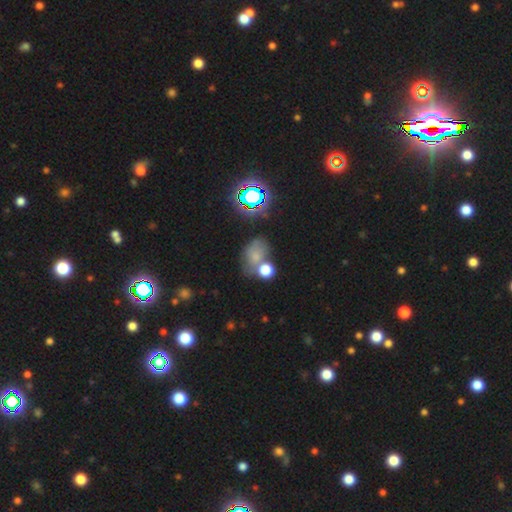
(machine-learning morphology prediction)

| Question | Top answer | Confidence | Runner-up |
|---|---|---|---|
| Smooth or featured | smooth | 59% | star or artifact (26%) |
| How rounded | in between | 60% | round (39%) |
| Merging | none | 45% | merger (26%) |